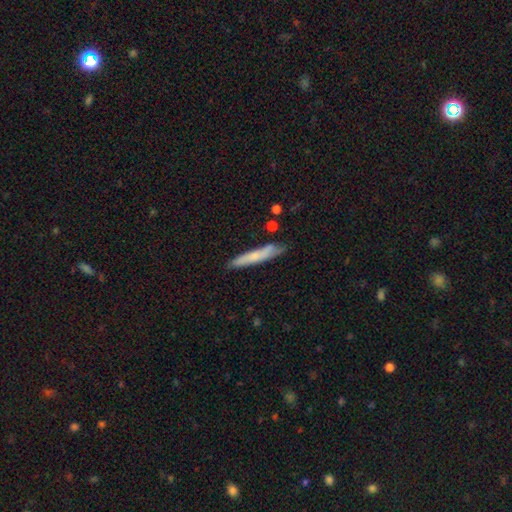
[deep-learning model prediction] Smooth or featured? smooth (63%)
How rounded? cigar-shaped (94%)
Merging? none (78%)